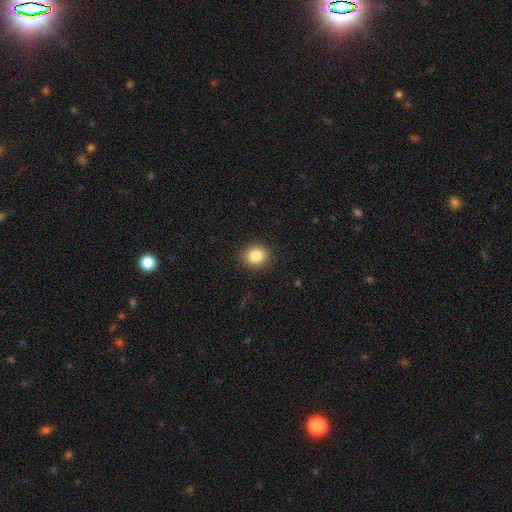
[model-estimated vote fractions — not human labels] This appears to be a smooth galaxy with no disk features (85%) that is round (74%). Merging: none (90%).